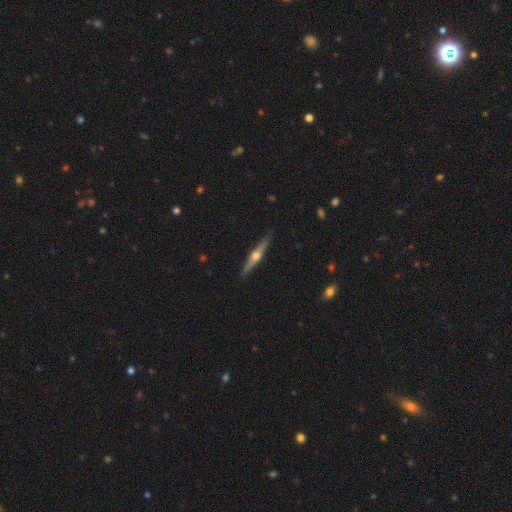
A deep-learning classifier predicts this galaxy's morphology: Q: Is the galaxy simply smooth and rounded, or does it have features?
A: featured or disk — 75%.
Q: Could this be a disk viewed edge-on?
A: yes — 97%.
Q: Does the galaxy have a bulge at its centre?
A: rounded — 94%.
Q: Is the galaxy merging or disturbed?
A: none — 90%.